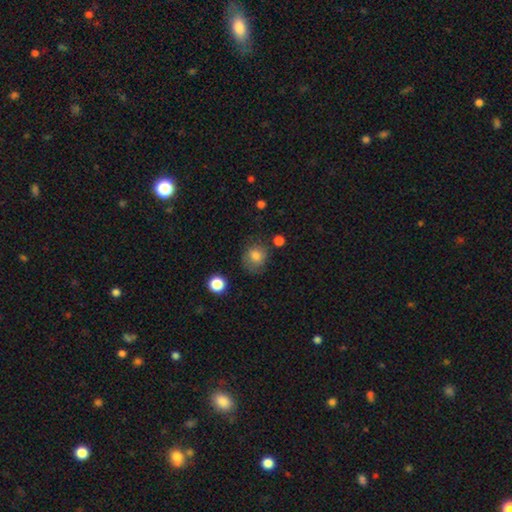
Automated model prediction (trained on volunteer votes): smooth-or-featured: smooth: 79% | star or artifact: 11% | featured or disk: 10%
  how-rounded: round: 75% | in between: 24% | cigar-shaped: 1%
  merging: none: 65% | minor disturbance: 22% | major disturbance: 10% | merger: 3%